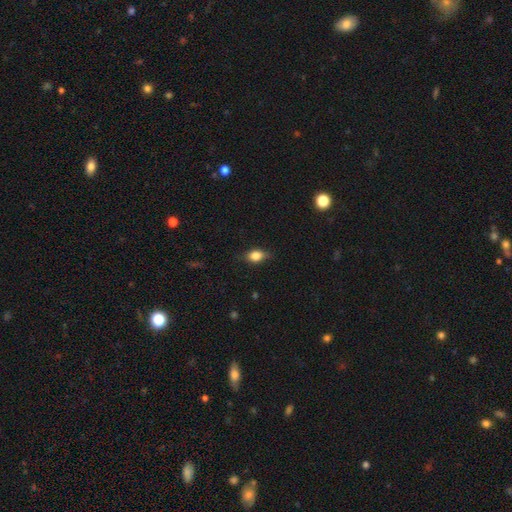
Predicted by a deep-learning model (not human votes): A smooth galaxy with no disk features (78%) that is in between round and cigar-shaped (72%). Merging: none (76%).